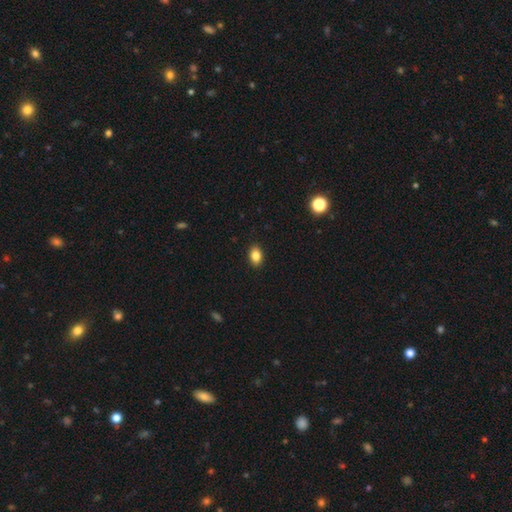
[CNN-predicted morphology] This is clearly a smooth galaxy (84%). How rounded: clearly in between (81%). Merging: clearly none (90%).